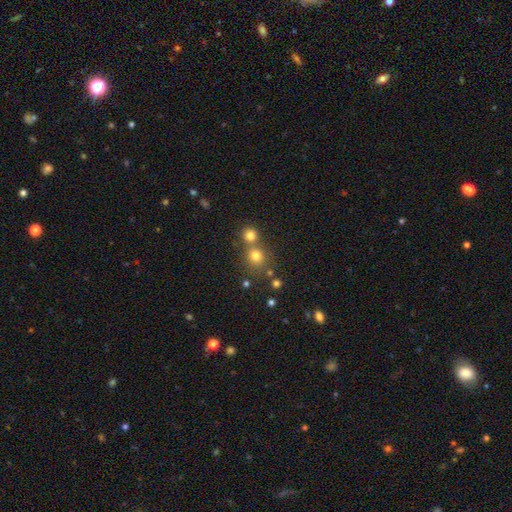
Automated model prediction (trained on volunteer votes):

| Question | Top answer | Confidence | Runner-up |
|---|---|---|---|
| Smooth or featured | smooth | 75% | star or artifact (17%) |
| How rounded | round | 86% | in between (13%) |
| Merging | none | 57% | merger (33%) |